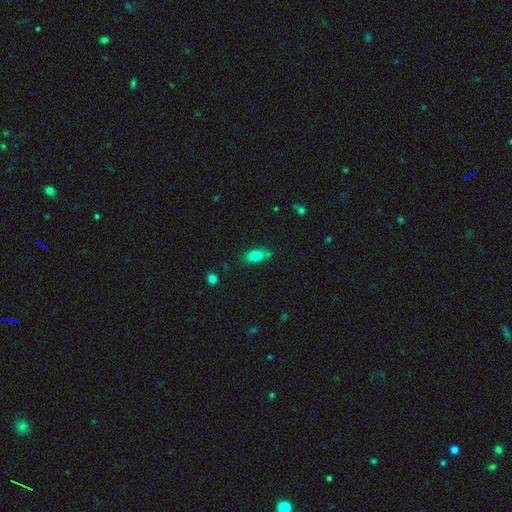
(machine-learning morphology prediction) Q: Smooth or featured?
A: smooth (79%); runner-up: featured or disk (12%)
Q: How rounded?
A: in between (82%); runner-up: cigar-shaped (10%)
Q: Merging?
A: none (67%); runner-up: minor disturbance (22%)